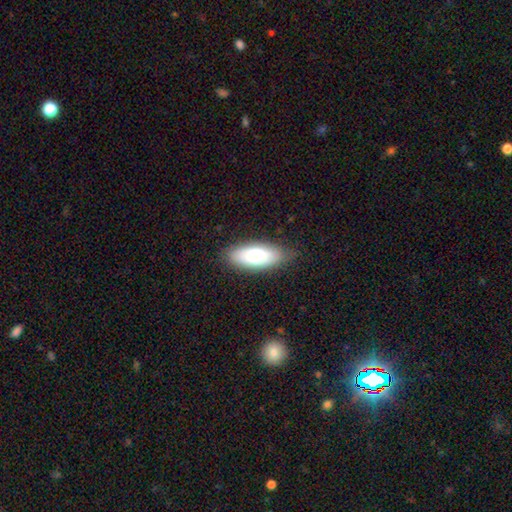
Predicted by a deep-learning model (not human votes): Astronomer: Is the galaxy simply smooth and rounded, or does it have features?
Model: smooth — 72%.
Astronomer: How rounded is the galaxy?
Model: in between — 78%.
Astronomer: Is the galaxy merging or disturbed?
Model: none — 81%.